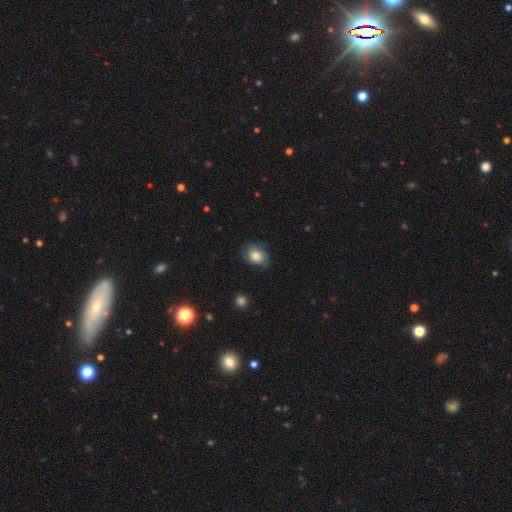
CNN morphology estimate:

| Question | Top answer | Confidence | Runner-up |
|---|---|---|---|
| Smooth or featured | smooth | 75% | featured or disk (17%) |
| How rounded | in between | 56% | round (43%) |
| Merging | none | 69% | minor disturbance (24%) |